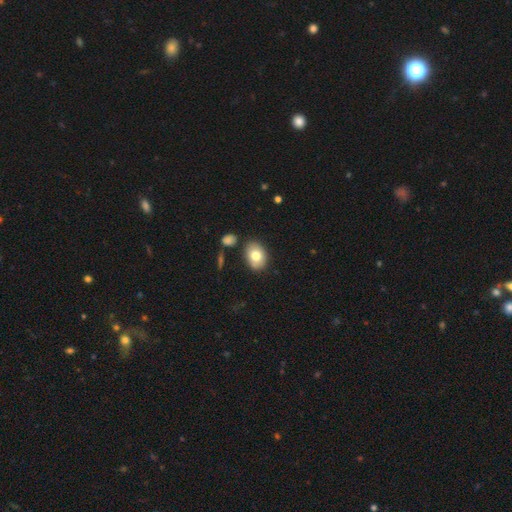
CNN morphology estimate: Smooth or featured? Predicted: smooth (p=0.78). How rounded? Predicted: in between (p=0.76). Merging? Predicted: none (p=0.79).